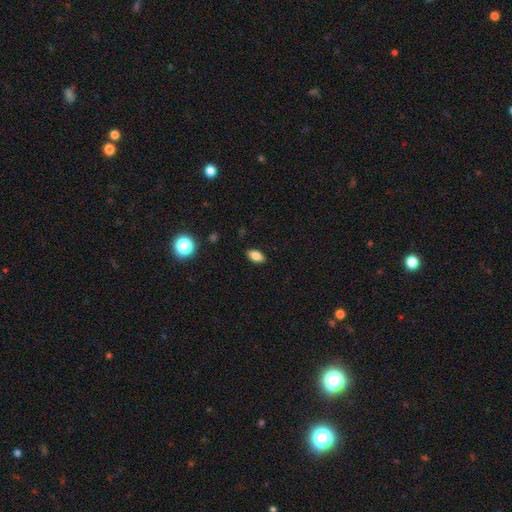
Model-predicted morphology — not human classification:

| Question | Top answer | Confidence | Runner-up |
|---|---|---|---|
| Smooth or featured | smooth | 81% | star or artifact (9%) |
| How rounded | in between | 90% | round (6%) |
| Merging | none | 88% | minor disturbance (9%) |